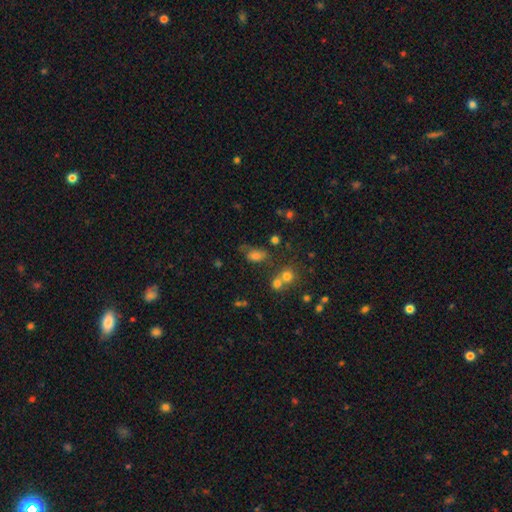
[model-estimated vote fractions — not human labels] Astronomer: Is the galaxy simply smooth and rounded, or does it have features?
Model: smooth — 67%.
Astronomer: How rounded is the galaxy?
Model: in between — 82%.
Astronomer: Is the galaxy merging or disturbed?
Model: none — 47% (runner-up: minor disturbance, 26%).